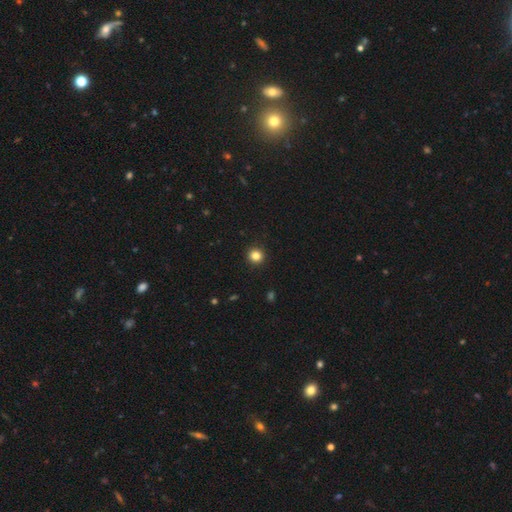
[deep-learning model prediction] Smooth or featured?
  - smooth: 84% *
  - star or artifact: 12%
  - featured or disk: 4%
How rounded?
  - round: 95% *
  - in between: 4%
  - cigar-shaped: 1%
Merging?
  - none: 93% *
  - minor disturbance: 4%
  - major disturbance: 1%
  - merger: 1%